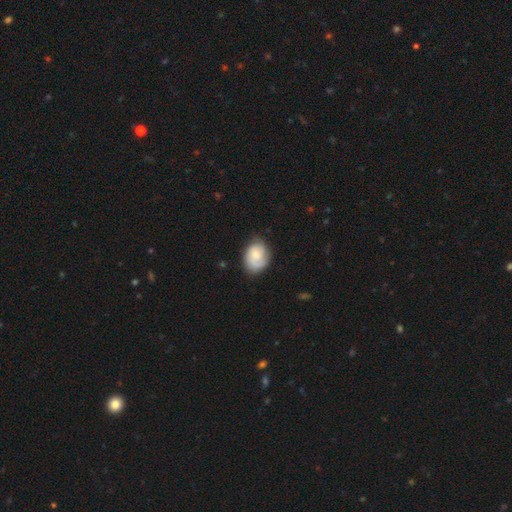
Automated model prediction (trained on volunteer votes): Morphology: type=smooth (52%); roundness=in between (66%); merging=none (68%).